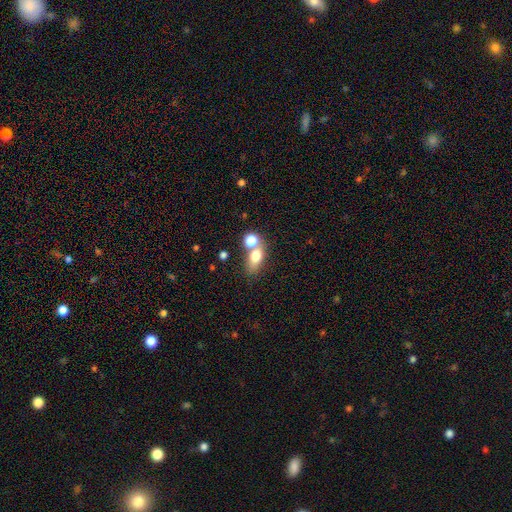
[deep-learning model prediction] Morphology: type=smooth (72%); roundness=in between (68%); merging=none (45%).